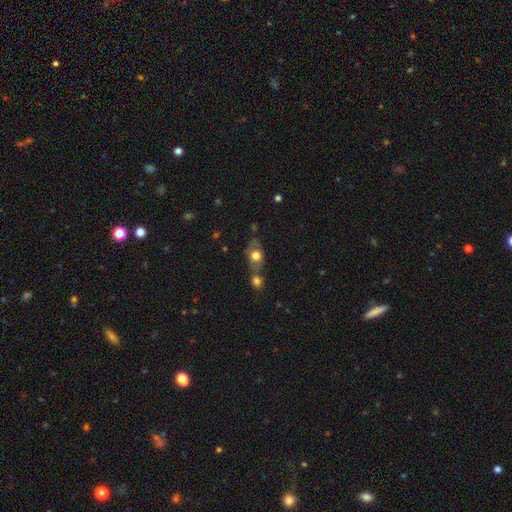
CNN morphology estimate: A smooth galaxy with no disk features (70%) that is in between round and cigar-shaped (65%). Merging: none (42%).